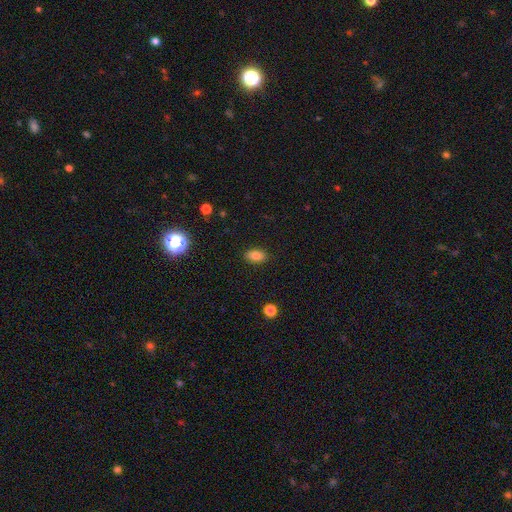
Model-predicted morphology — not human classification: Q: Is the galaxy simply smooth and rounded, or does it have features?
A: smooth — 83%.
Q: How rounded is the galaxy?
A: in between — 88%.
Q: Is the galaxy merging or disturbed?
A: none — 89%.